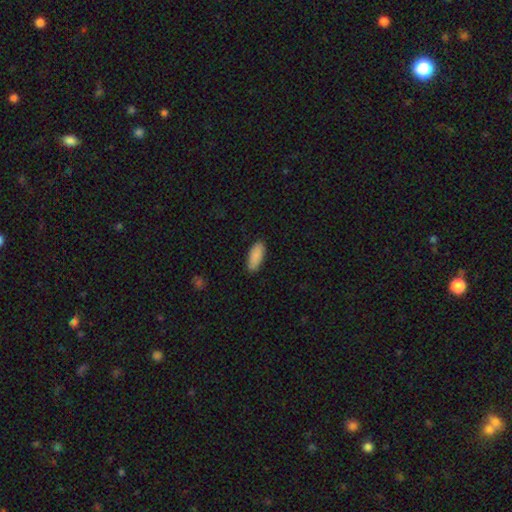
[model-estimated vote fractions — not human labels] Smooth or featured: smooth — 90% (star or artifact — 6%)
How rounded: in between — 81% (cigar-shaped — 18%)
Merging: none — 89% (minor disturbance — 8%)